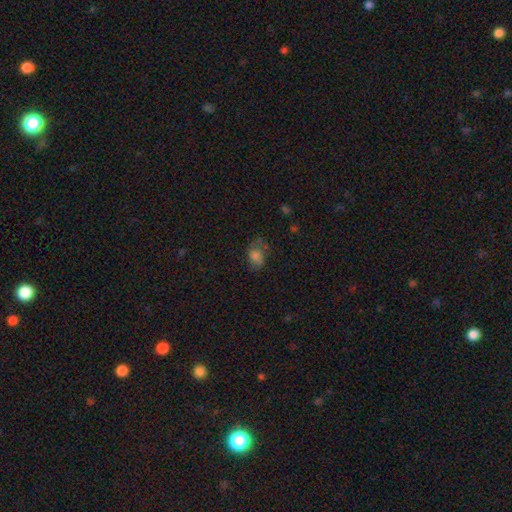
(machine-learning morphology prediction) This is likely a smooth galaxy (74%). How rounded: likely in between (71%). Merging: possibly none (51%).